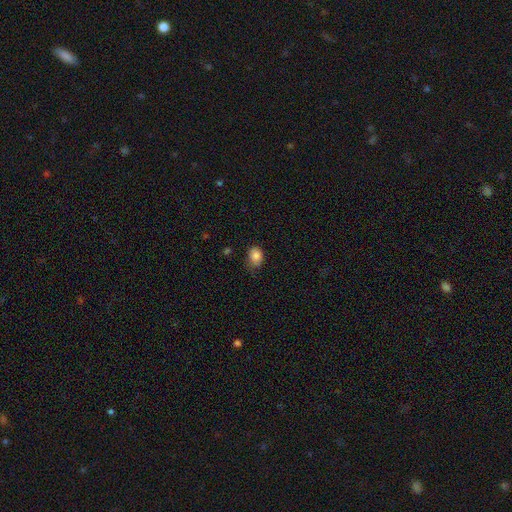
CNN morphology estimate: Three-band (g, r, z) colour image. It shows a smooth galaxy with no disk features (85%) that is in between round and cigar-shaped (62%). Merging: none (61%).